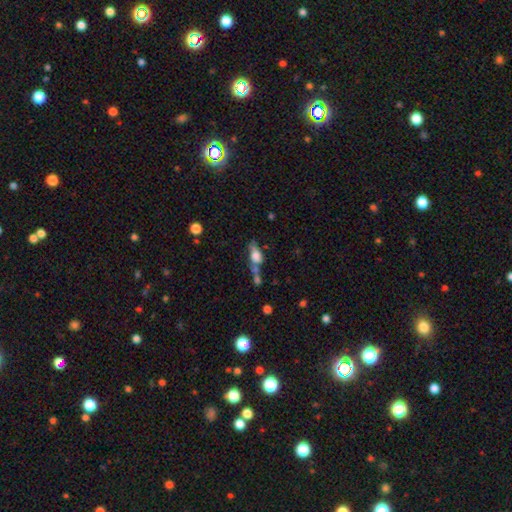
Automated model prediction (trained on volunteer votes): smooth_or_featured: smooth (p=0.61) [alt: featured or disk p=0.28]
how_rounded: in between (p=0.77) [alt: cigar-shaped p=0.15]
merging: none (p=0.34) [alt: merger p=0.33]